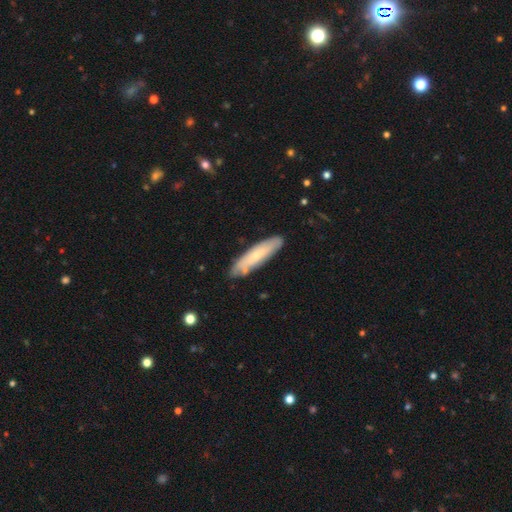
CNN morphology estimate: Q: Smooth or featured?
A: smooth (55%); runner-up: featured or disk (39%)
Q: How rounded?
A: cigar-shaped (76%); runner-up: in between (22%)
Q: Merging?
A: none (83%); runner-up: minor disturbance (13%)